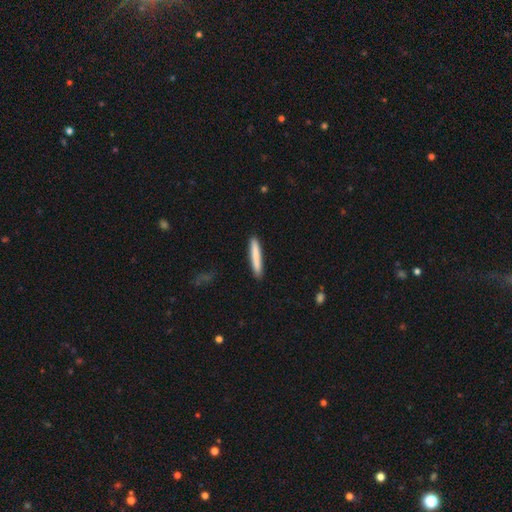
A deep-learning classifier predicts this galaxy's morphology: A smooth galaxy with no disk features (81%) that is cigar-shaped (94%).

Vote fractions:
- Smooth or featured? smooth: 81% / featured or disk: 13% / star or artifact: 6%
- How rounded? cigar-shaped: 94% / in between: 4% / round: 1%
- Merging? none: 90% / minor disturbance: 7% / major disturbance: 1% / merger: 1%